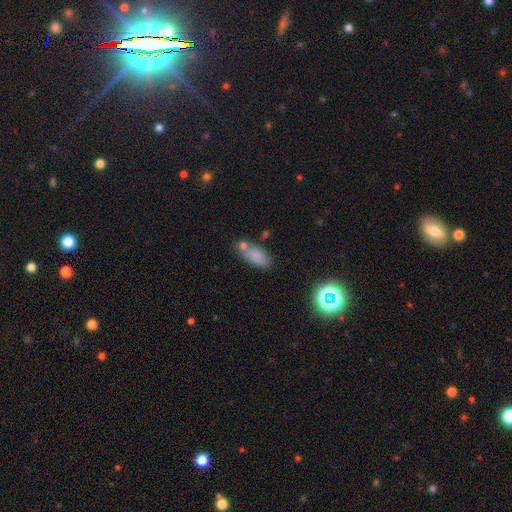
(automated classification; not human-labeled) Smooth or featured?
  - smooth: 80% *
  - star or artifact: 11%
  - featured or disk: 9%
How rounded?
  - in between: 83% *
  - cigar-shaped: 14%
  - round: 3%
Merging?
  - none: 61% *
  - minor disturbance: 18%
  - merger: 15%
  - major disturbance: 6%